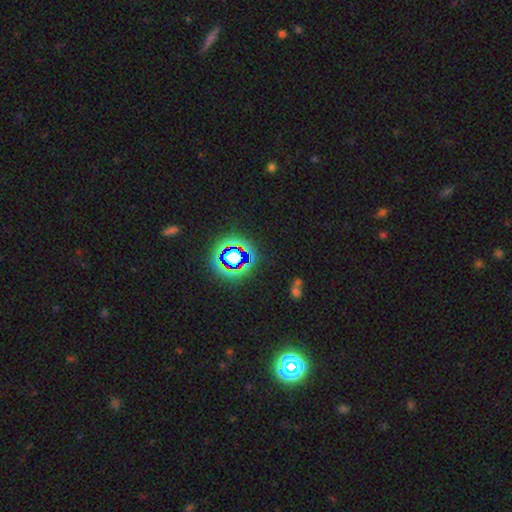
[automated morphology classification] Q: Smooth or featured?
A: star or artifact (76%); runner-up: smooth (16%)